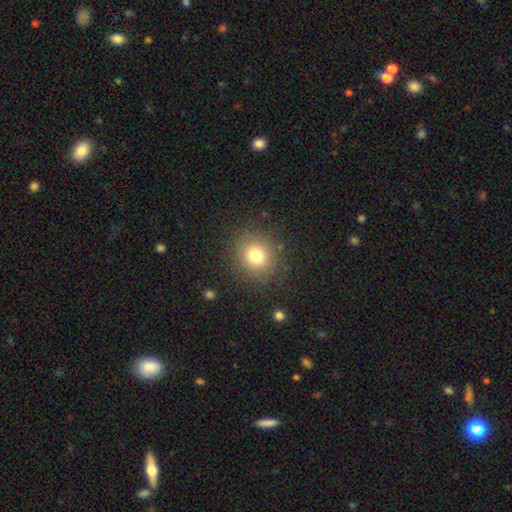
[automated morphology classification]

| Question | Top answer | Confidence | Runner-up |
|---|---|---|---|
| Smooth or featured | smooth | 76% | star or artifact (14%) |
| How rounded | round | 86% | in between (13%) |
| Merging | none | 86% | minor disturbance (8%) |